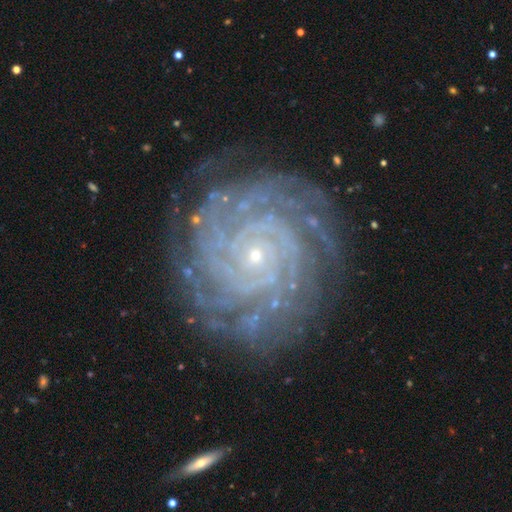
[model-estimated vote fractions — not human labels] Smooth or featured?
  - featured or disk: 91% *
  - star or artifact: 5%
  - smooth: 3%
Edge-on disk?
  - no: 98% *
  - yes: 2%
Bar?
  - no: 75% *
  - weak: 16%
  - strong: 9%
Spiral arms?
  - yes: 99% *
  - no: 1%
Spiral winding?
  - tight: 86% *
  - medium: 12%
  - loose: 2%
Spiral arm count?
  - 4: 23% *
  - more than 4: 22%
  - 3: 16%
  - can't tell: 15%
  - 2: 15%
  - 1: 9%
Bulge size?
  - small: 87% *
  - moderate: 9%
  - none: 2%
  - large: 1%
  - dominant: 1%
Merging?
  - none: 81% *
  - minor disturbance: 14%
  - major disturbance: 4%
  - merger: 2%